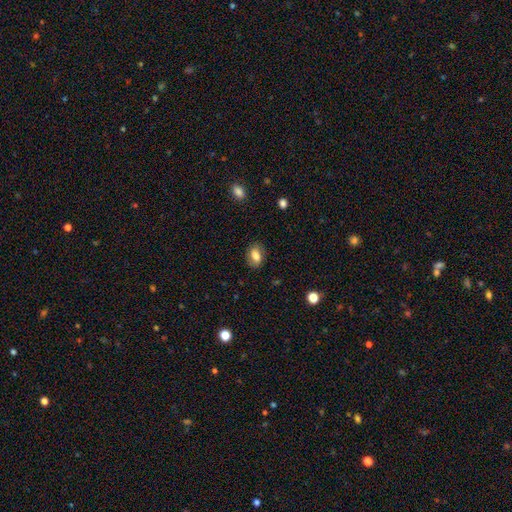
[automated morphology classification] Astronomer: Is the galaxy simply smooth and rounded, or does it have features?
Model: smooth — 77%.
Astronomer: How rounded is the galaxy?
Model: in between — 82%.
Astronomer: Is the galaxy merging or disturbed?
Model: none — 82%.